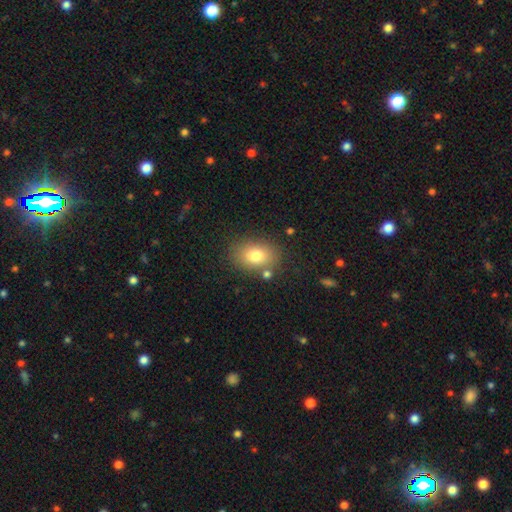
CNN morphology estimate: This appears to be a smooth galaxy with no disk features (79%) that is in between round and cigar-shaped (75%). Merging: none (77%).